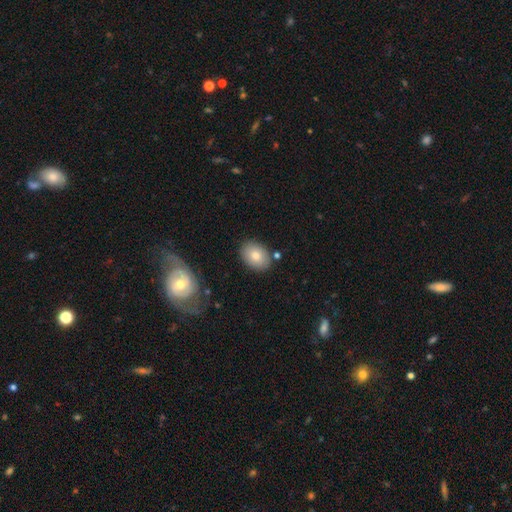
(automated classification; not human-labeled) smooth 80%, featured or disk 12%, star or artifact 8%. Down the decision tree: how rounded — in between (77%); merging — none (83%).